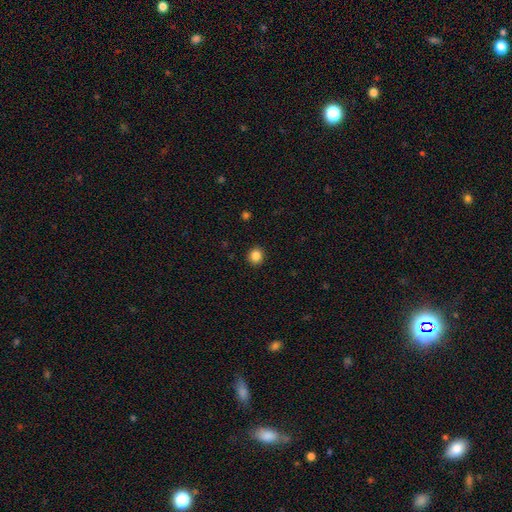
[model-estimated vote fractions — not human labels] smooth-or-featured: smooth: 86% | star or artifact: 11% | featured or disk: 4%
  how-rounded: round: 88% | in between: 11% | cigar-shaped: 1%
  merging: none: 92% | minor disturbance: 5% | major disturbance: 2% | merger: 1%